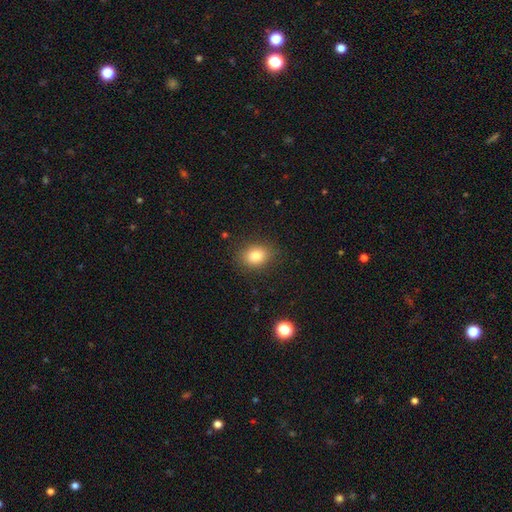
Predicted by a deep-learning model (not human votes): Smooth or featured? smooth (82%)
How rounded? in between (58%)
Merging? none (86%)